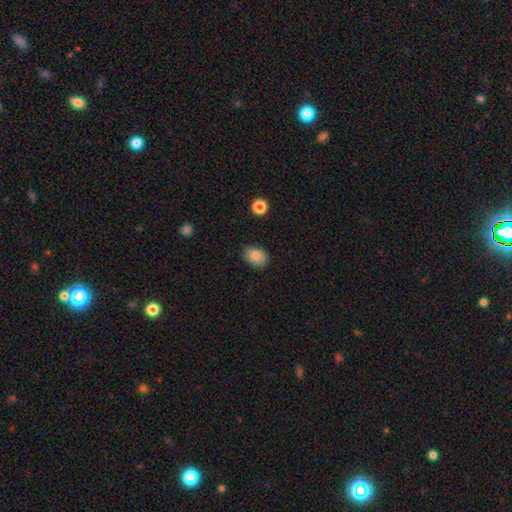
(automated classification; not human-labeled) The model was most divided on "how rounded": in between: 77%, round: 22%, cigar-shaped: 1%. More confident: smooth or featured — smooth (86%); merging — none (81%).